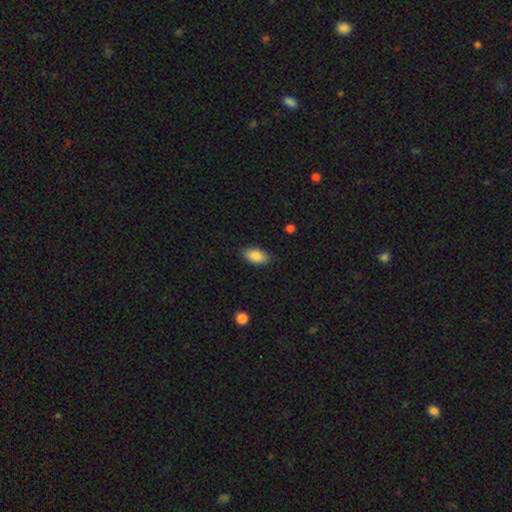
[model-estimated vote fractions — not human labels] Morphology: type=smooth (87%); roundness=in between (93%); merging=none (83%).